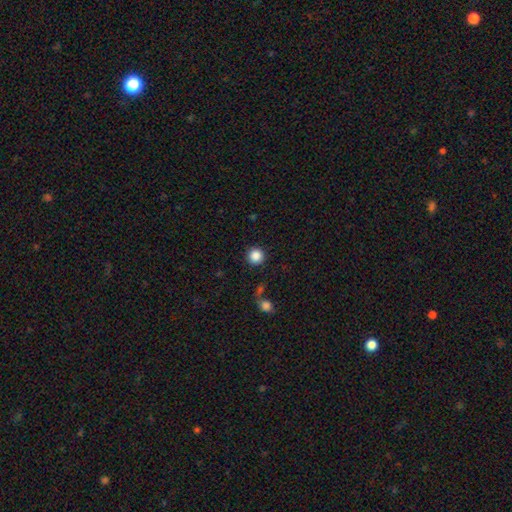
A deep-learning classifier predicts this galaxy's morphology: A smooth galaxy with no disk features (87%) that is round (95%).

Vote fractions:
- Smooth or featured? smooth: 87% / star or artifact: 10% / featured or disk: 3%
- How rounded? round: 95% / in between: 4% / cigar-shaped: 1%
- Merging? none: 90% / minor disturbance: 6% / major disturbance: 2% / merger: 2%